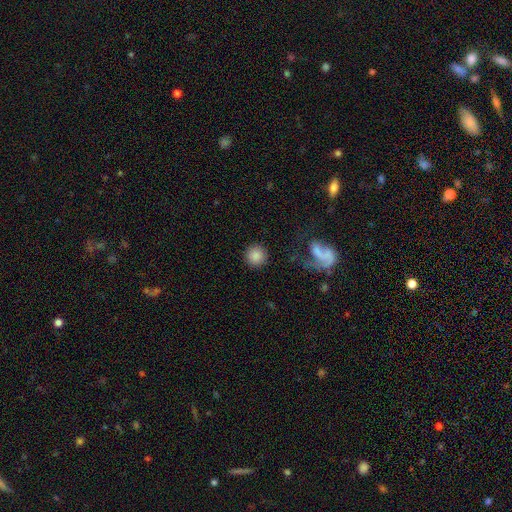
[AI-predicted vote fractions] Smooth or featured?
  - smooth: 84% *
  - star or artifact: 9%
  - featured or disk: 7%
How rounded?
  - round: 94% *
  - in between: 5%
  - cigar-shaped: 1%
Merging?
  - none: 87% *
  - minor disturbance: 6%
  - major disturbance: 4%
  - merger: 3%